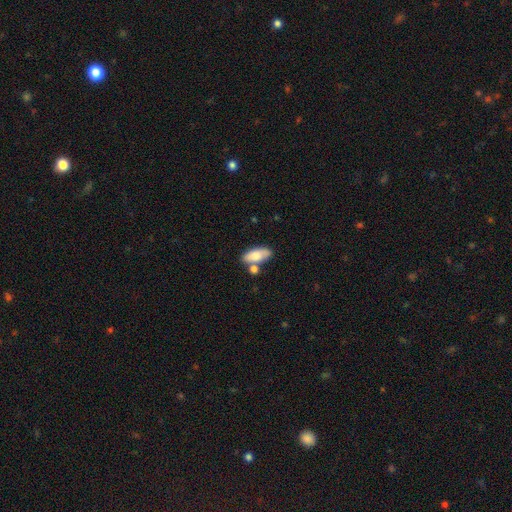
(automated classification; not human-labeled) Smooth or featured? Predicted: smooth (p=0.78). How rounded? Predicted: in between (p=0.84). Merging? Predicted: none (p=0.59).